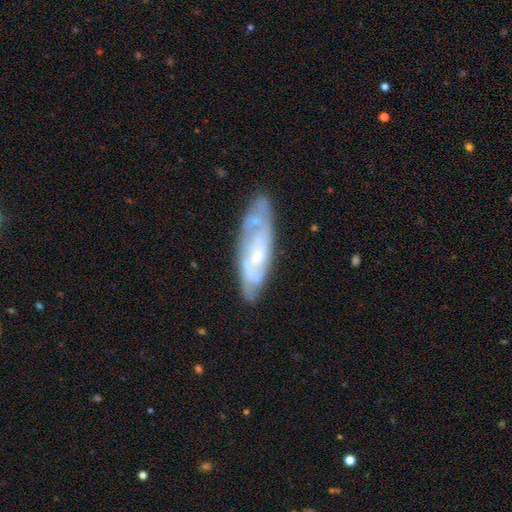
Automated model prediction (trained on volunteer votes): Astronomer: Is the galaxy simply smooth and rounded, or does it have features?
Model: featured or disk — 70%.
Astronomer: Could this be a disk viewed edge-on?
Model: no — 78%.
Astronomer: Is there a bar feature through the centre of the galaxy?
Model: no — 72%.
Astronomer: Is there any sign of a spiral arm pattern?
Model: yes — 71%.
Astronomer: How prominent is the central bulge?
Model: small — 61%.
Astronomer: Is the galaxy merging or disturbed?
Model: none — 72%.